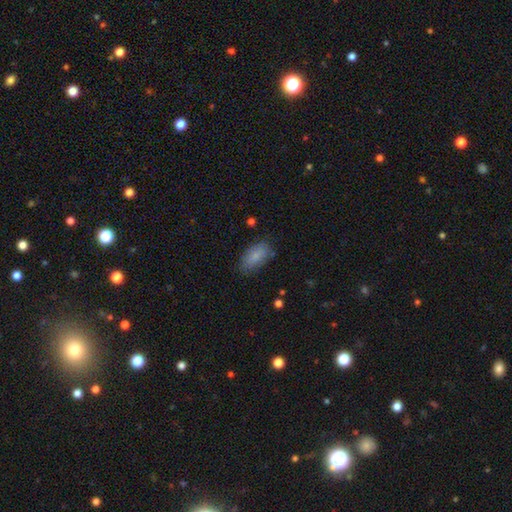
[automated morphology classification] smooth 86%, featured or disk 7%, star or artifact 7%. Down the decision tree: how rounded — in between (91%); merging — none (79%).